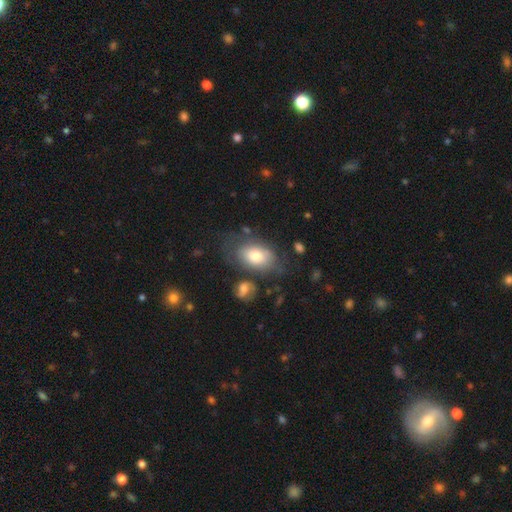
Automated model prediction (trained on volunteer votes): Overall: smooth (69%). How rounded: in between (87%). Merging: none (57%; minor disturbance 22%).